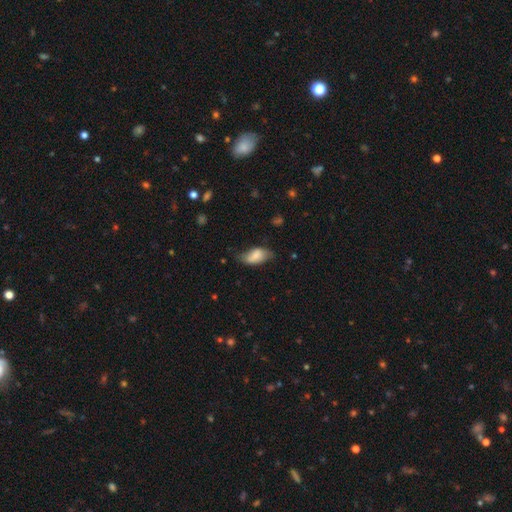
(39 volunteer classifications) Volunteers were most divided on "merging": none: 46%, minor disturbance: 34%, major disturbance: 14%, merger: 6%. More confident: how rounded — in between (100%); smooth or featured — smooth (56%).